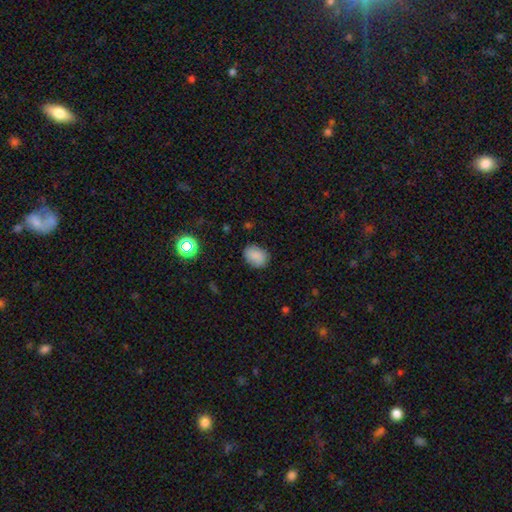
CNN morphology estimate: A smooth galaxy with no disk features (83%) that is in between round and cigar-shaped (59%).

Vote fractions:
- Smooth or featured? smooth: 83% / star or artifact: 10% / featured or disk: 6%
- How rounded? in between: 59% / round: 40% / cigar-shaped: 1%
- Merging? none: 81% / minor disturbance: 15% / major disturbance: 3% / merger: 1%